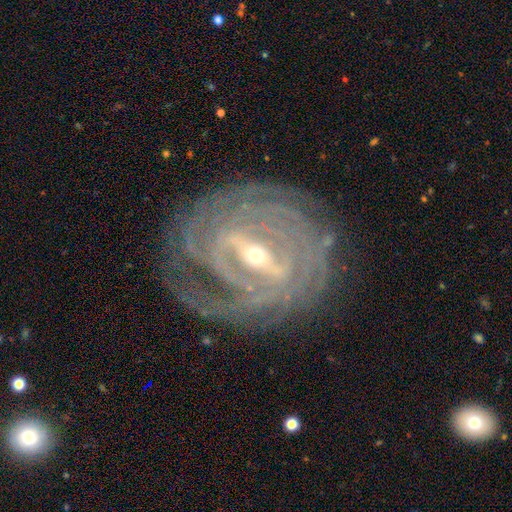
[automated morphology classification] Smooth or featured?
  - featured or disk: 91% *
  - star or artifact: 5%
  - smooth: 4%
Edge-on disk?
  - no: 94% *
  - yes: 6%
Bar?
  - strong: 66% *
  - weak: 26%
  - no: 8%
Spiral arms?
  - yes: 94% *
  - no: 6%
Spiral winding?
  - tight: 79% *
  - medium: 16%
  - loose: 4%
Spiral arm count?
  - can't tell: 34% *
  - 4: 18%
  - 2: 16%
  - 3: 14%
  - more than 4: 11%
  - 1: 7%
Bulge size?
  - small: 64% *
  - moderate: 32%
  - large: 2%
  - dominant: 1%
  - none: 1%
Merging?
  - none: 76% *
  - minor disturbance: 15%
  - major disturbance: 8%
  - merger: 1%